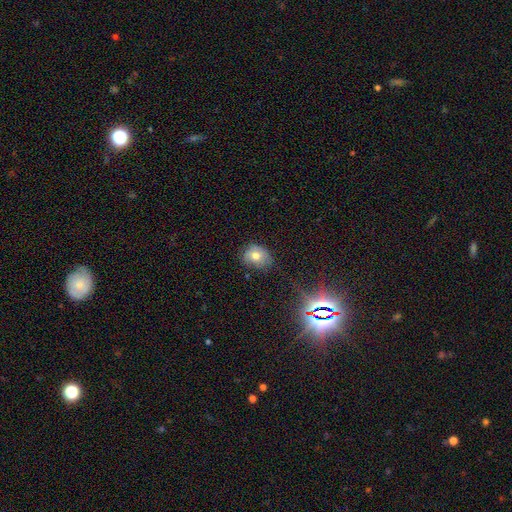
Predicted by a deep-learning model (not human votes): A smooth galaxy with no disk features (68%) that is round (56%). Merging: none (63%).